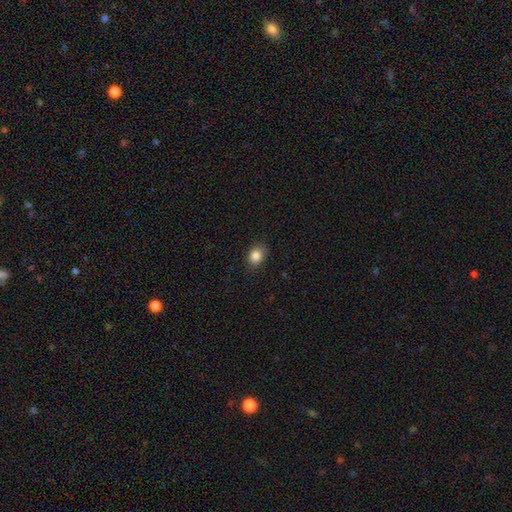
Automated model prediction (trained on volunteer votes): smooth_or_featured: smooth (p=0.84) [alt: star or artifact p=0.10]
how_rounded: in between (p=0.53) [alt: round p=0.46]
merging: none (p=0.82) [alt: minor disturbance p=0.14]